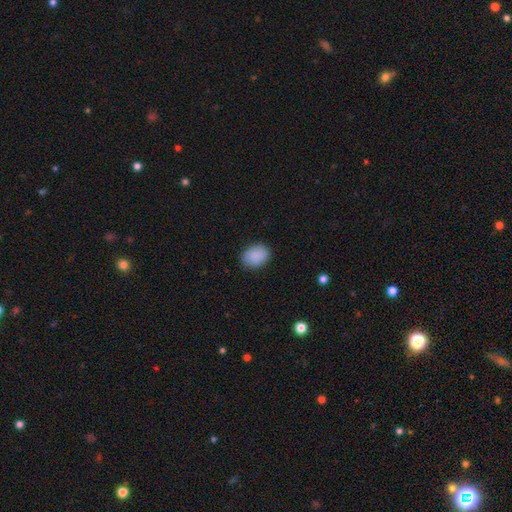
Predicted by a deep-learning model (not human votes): Smooth or featured? Predicted: smooth (p=0.89). How rounded? Predicted: in between (p=0.67). Merging? Predicted: none (p=0.87).